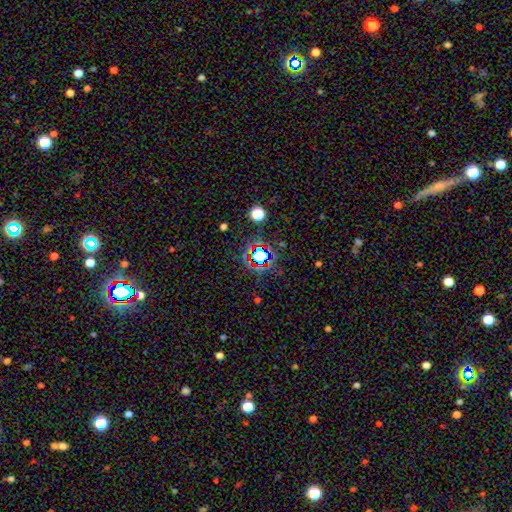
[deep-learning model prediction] Smooth or featured: star or artifact — 72% (smooth — 19%)